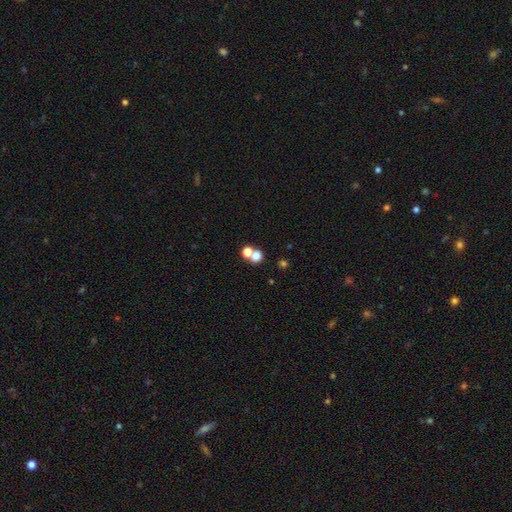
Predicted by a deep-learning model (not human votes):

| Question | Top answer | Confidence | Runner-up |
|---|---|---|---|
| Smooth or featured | smooth | 72% | star or artifact (17%) |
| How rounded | round | 73% | in between (26%) |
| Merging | merger | 46% | none (44%) |